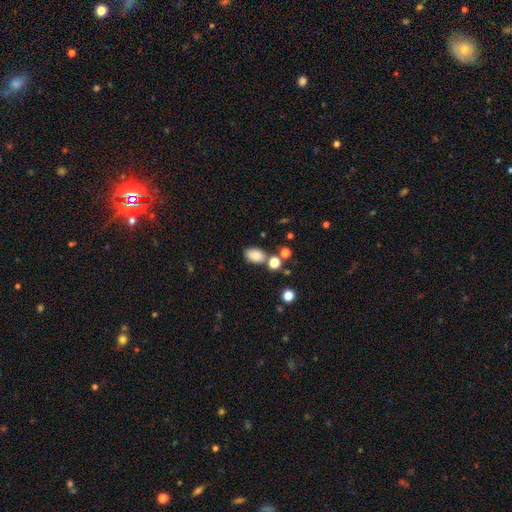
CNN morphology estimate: This appears to be a smooth galaxy with no disk features (82%) that is in between round and cigar-shaped (83%). Merging: none (67%).